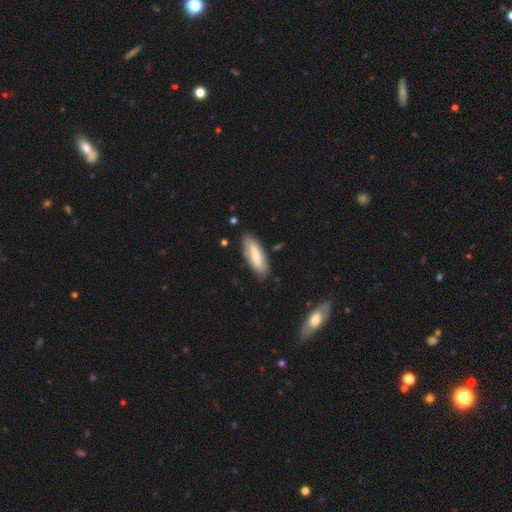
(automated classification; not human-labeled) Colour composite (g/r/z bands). It shows a smooth galaxy with no disk features (68%) that is in between round and cigar-shaped (62%). Merging: none (81%).